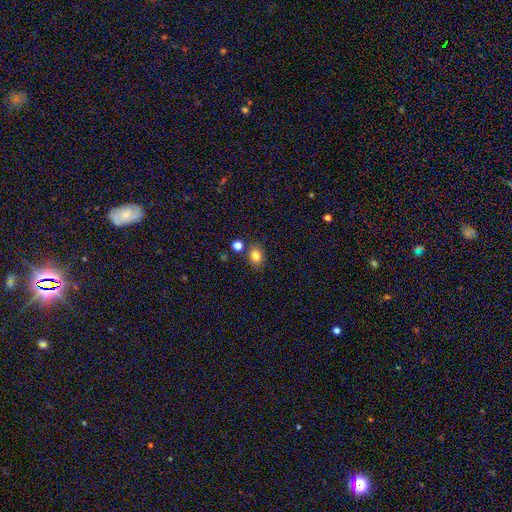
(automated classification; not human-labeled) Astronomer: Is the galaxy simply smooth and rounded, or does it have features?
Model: smooth — 81%.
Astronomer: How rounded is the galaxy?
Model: in between — 59% (runner-up: round, 40%).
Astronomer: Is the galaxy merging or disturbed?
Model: none — 76%.